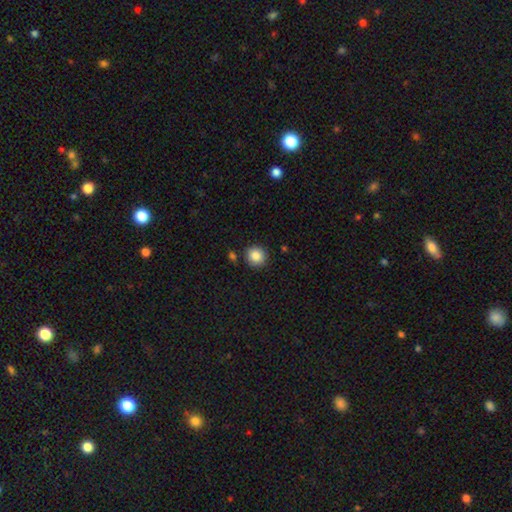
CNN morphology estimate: type=smooth (86%); roundness=round (92%); merging=none (88%).